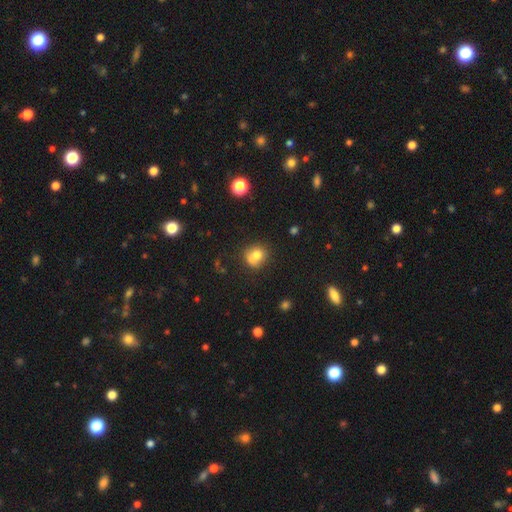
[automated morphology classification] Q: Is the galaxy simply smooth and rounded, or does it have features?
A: smooth — 71%.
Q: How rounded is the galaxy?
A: round — 80%.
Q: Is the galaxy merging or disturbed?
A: none — 46%.